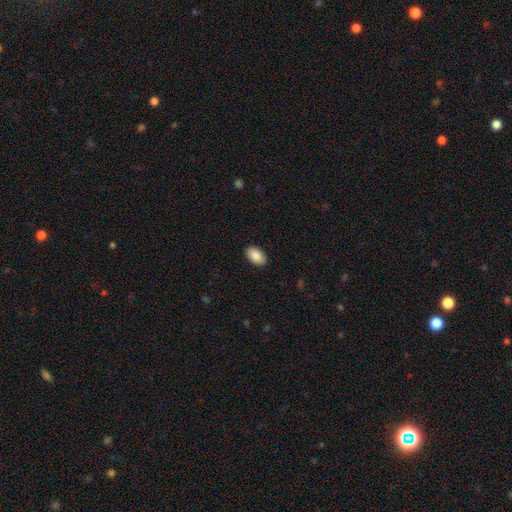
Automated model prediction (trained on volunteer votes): This appears to be a smooth galaxy with no disk features (88%) that is in between round and cigar-shaped (94%). Merging: none (90%).